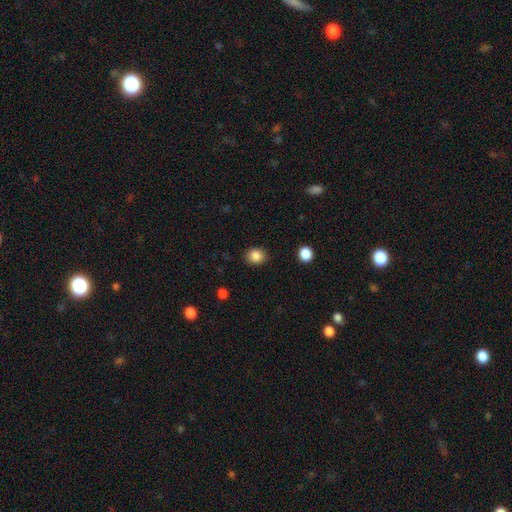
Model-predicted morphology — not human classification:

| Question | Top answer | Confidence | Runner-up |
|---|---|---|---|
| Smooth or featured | smooth | 85% | star or artifact (10%) |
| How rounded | round | 61% | in between (38%) |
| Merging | none | 87% | minor disturbance (9%) |